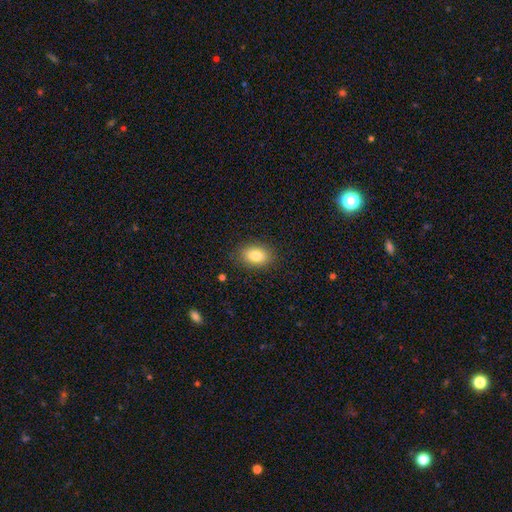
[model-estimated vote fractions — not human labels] Smooth or featured?
  - smooth: 84% *
  - star or artifact: 8%
  - featured or disk: 8%
How rounded?
  - in between: 81% *
  - round: 17%
  - cigar-shaped: 2%
Merging?
  - none: 87% *
  - minor disturbance: 10%
  - major disturbance: 3%
  - merger: 1%